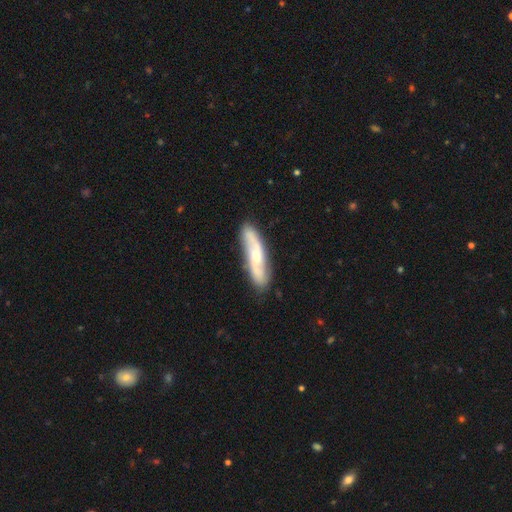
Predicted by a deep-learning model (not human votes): This is likely a featured or disk galaxy (65%). It is likely not viewed edge-on (71%). Merging: clearly none (83%).